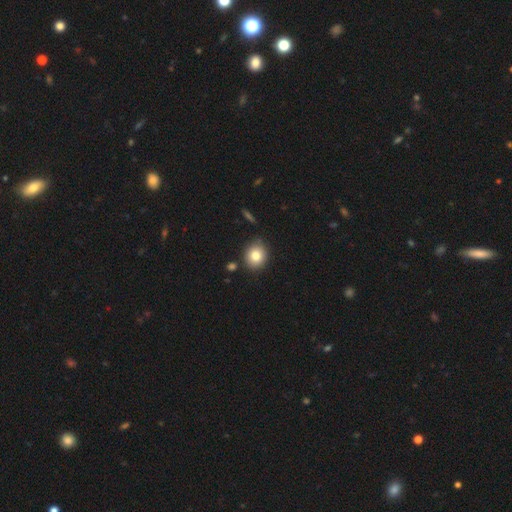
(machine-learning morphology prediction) type=smooth (80%); roundness=round (71%); merging=none (83%).